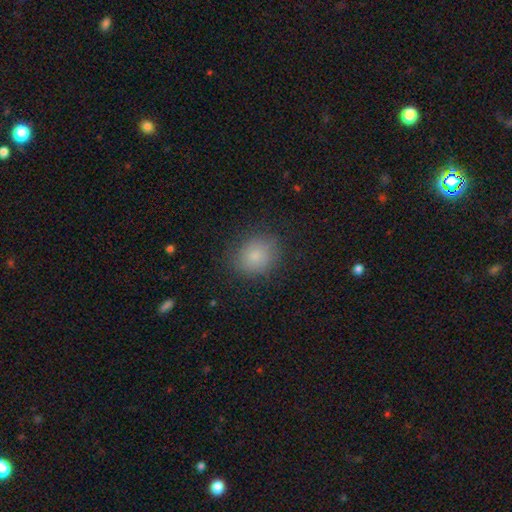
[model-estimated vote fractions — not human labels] Q: Smooth or featured?
A: smooth (82%); runner-up: star or artifact (10%)
Q: How rounded?
A: round (70%); runner-up: in between (29%)
Q: Merging?
A: none (81%); runner-up: minor disturbance (13%)